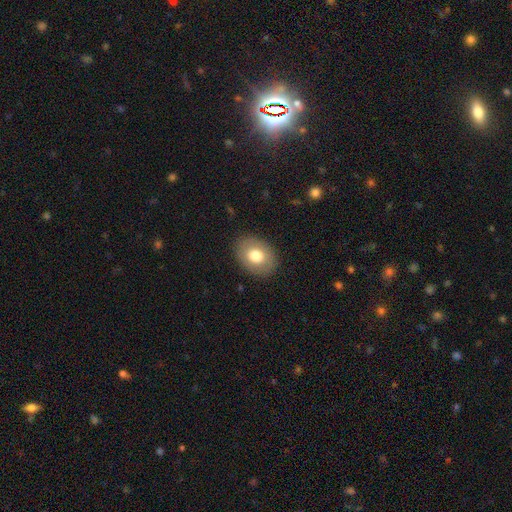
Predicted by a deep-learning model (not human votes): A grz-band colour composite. It shows a smooth galaxy with no disk features (73%) that is in between round and cigar-shaped (68%). Merging: none (87%).